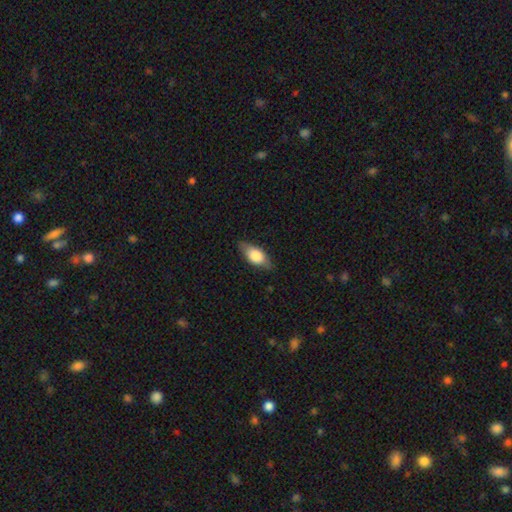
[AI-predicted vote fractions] smooth_or_featured: smooth (p=0.71) [alt: featured or disk p=0.22]
how_rounded: in between (p=0.83) [alt: cigar-shaped p=0.13]
merging: none (p=0.80) [alt: minor disturbance p=0.16]